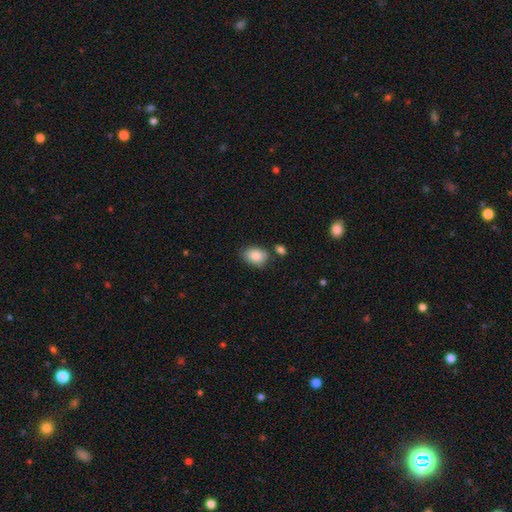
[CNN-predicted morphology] Smooth or featured? smooth (84%)
How rounded? in between (77%)
Merging? none (68%)